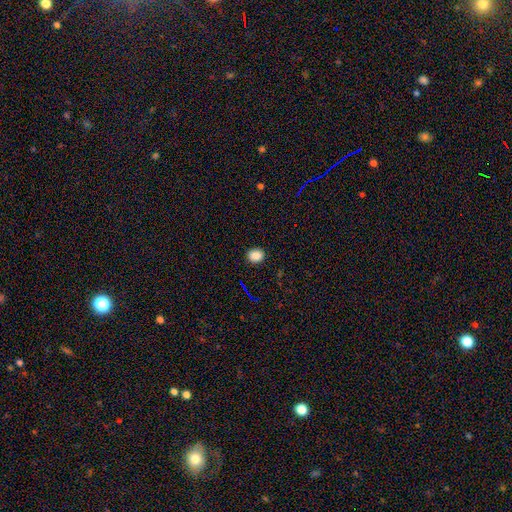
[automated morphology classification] This appears to be a smooth galaxy with no disk features (85%) that is round (66%). Merging: none (90%).